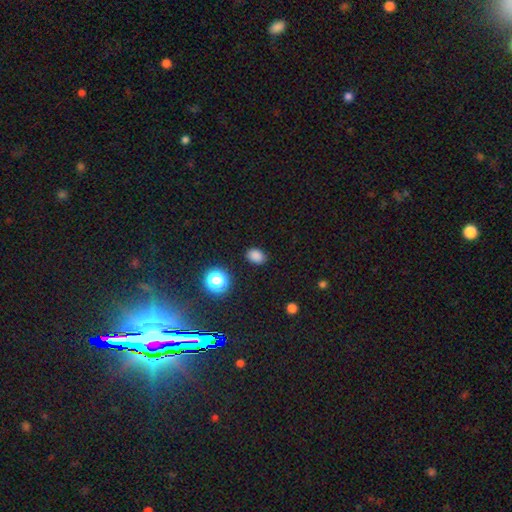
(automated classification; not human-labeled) This appears to be a smooth galaxy with no disk features (82%) that is in between round and cigar-shaped (72%). Merging: none (87%).